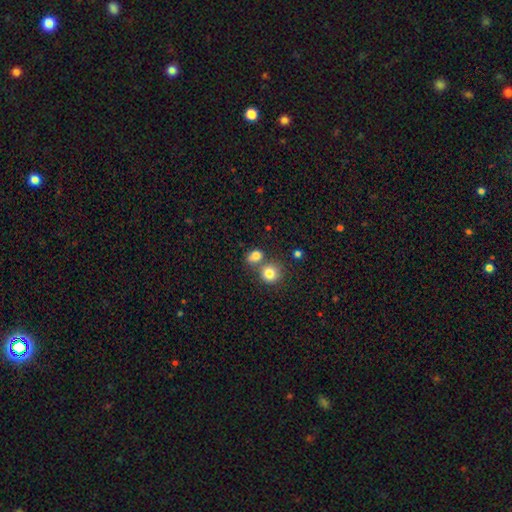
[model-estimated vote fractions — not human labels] The model was most divided on "how rounded": round: 51%, in between: 47%, cigar-shaped: 1%. More confident: smooth or featured — smooth (81%); merging — none (50%).